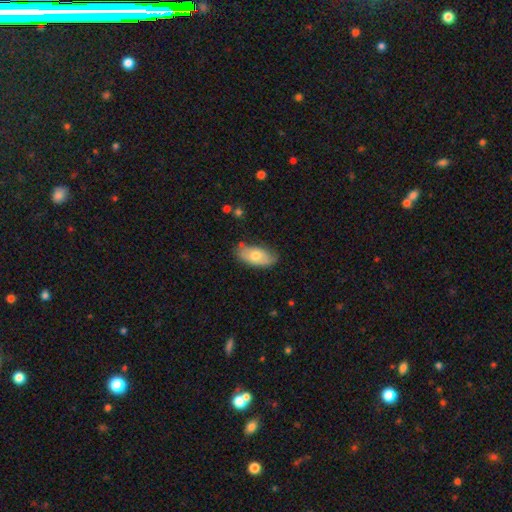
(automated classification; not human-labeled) Smooth or featured? smooth (66%)
How rounded? in between (91%)
Merging? none (72%)